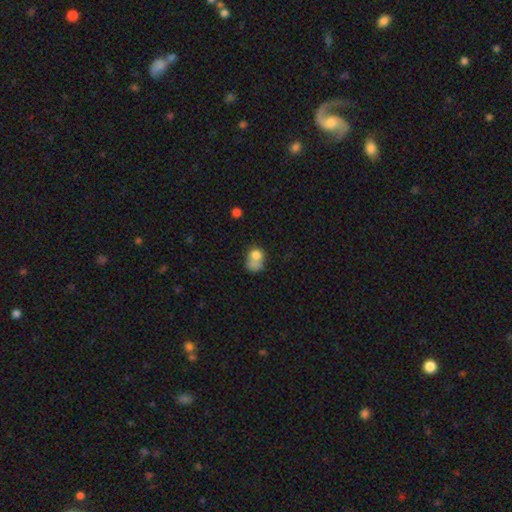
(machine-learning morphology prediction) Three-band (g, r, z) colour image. It shows a smooth galaxy with no disk features (74%) that is round (53%). Merging: merger (46%).